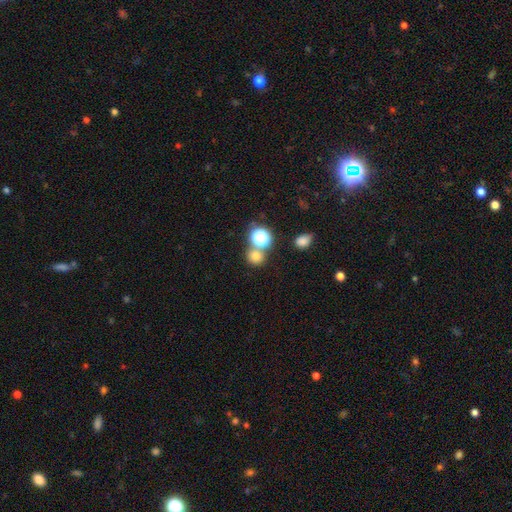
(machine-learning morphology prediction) A smooth galaxy with no disk features (71%) that is round (85%). Merging: none (64%).